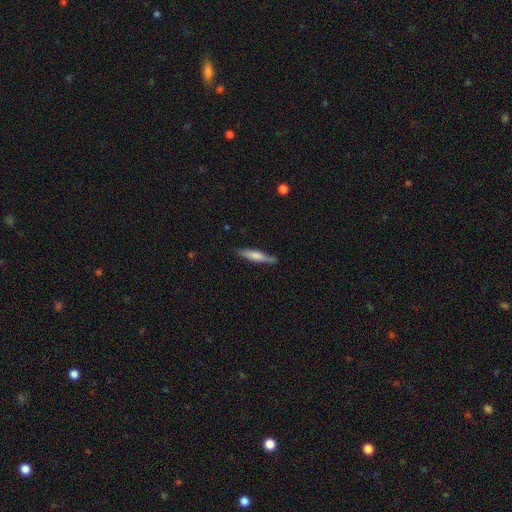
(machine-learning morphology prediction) Smooth or featured: smooth — 63% (featured or disk — 31%)
How rounded: cigar-shaped — 87% (in between — 11%)
Merging: none — 82% (minor disturbance — 14%)